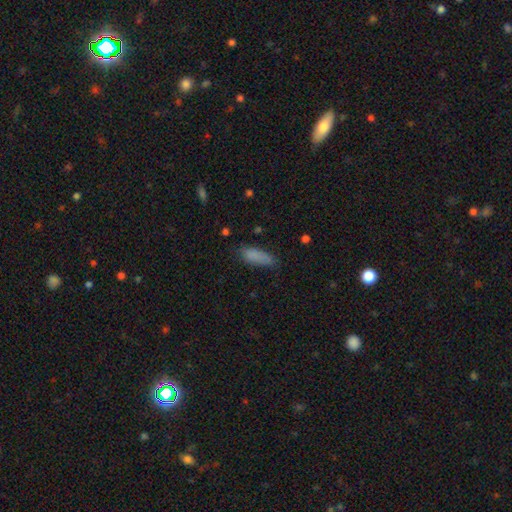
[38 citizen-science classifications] smooth-or-featured: smooth: 89% | featured or disk: 11% | star or artifact: 0%
  how-rounded: in between: 71% | cigar-shaped: 29% | round: 0%
  merging: none: 79% | minor disturbance: 16% | major disturbance: 5% | merger: 0%